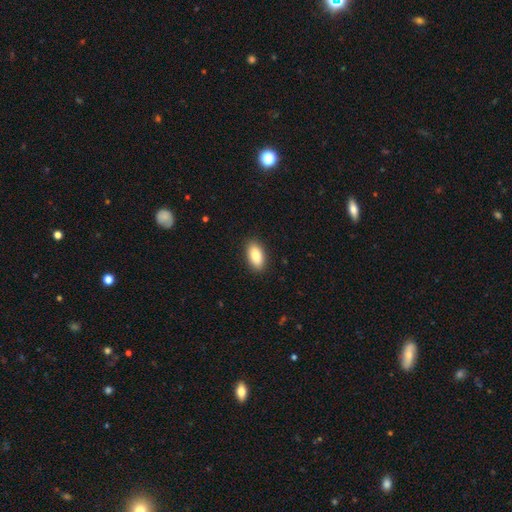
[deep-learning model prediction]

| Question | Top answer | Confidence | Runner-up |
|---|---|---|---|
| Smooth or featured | smooth | 86% | featured or disk (8%) |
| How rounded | in between | 92% | cigar-shaped (4%) |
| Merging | none | 89% | minor disturbance (8%) |